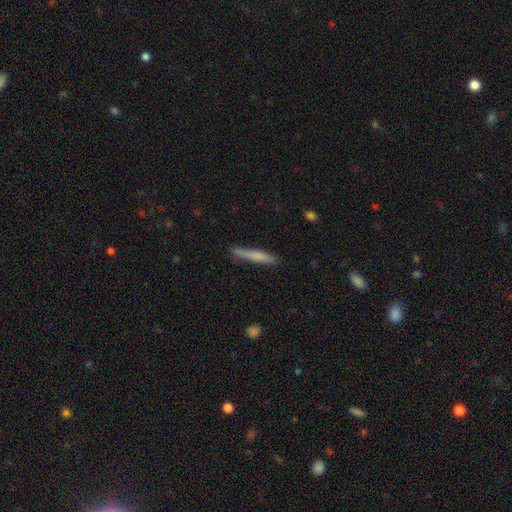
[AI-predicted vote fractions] This is likely a smooth galaxy (69%). How rounded: clearly cigar-shaped (95%). Merging: clearly none (86%).